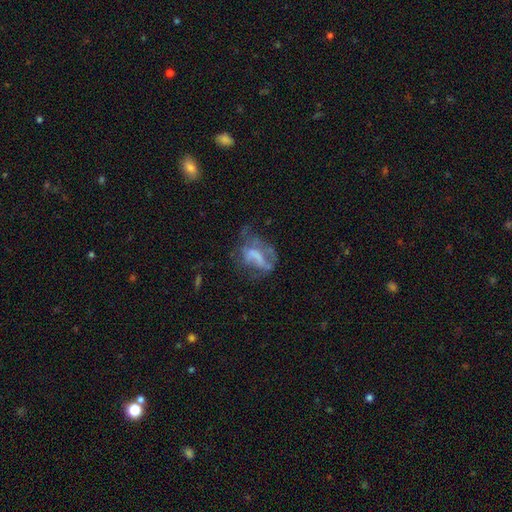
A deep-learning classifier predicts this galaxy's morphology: This is possibly a featured or disk galaxy (55%). It is clearly not viewed edge-on (96%). Bar: possibly no (55%). Spiral arm pattern: likely no (70%). Central bulge: possibly none (59%). Merging: marginally major disturbance (44%).